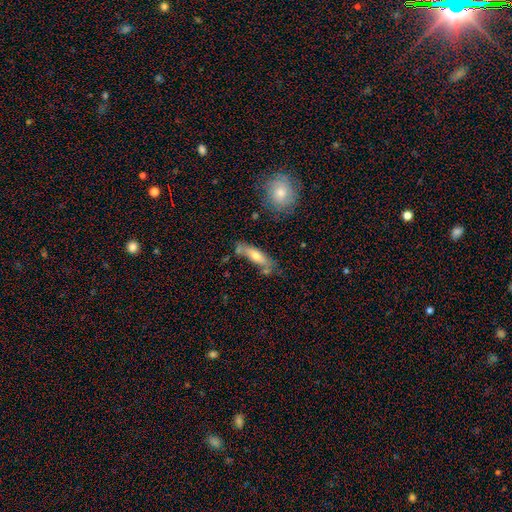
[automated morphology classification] A smooth galaxy with no disk features (59%) that is cigar-shaped (61%). Merging: none (59%).